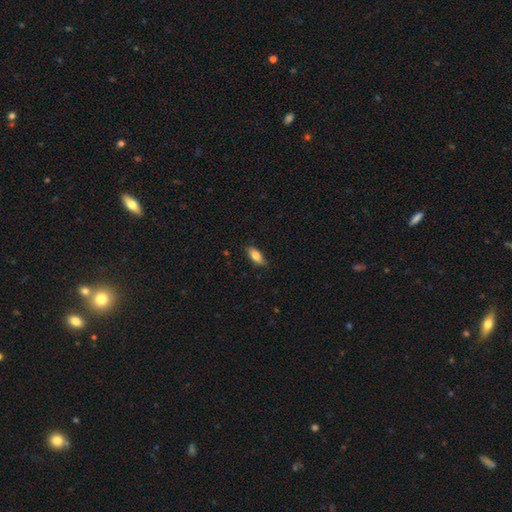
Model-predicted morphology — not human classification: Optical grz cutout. It shows a smooth galaxy with no disk features (81%) that is in between round and cigar-shaped (80%). Merging: none (81%).